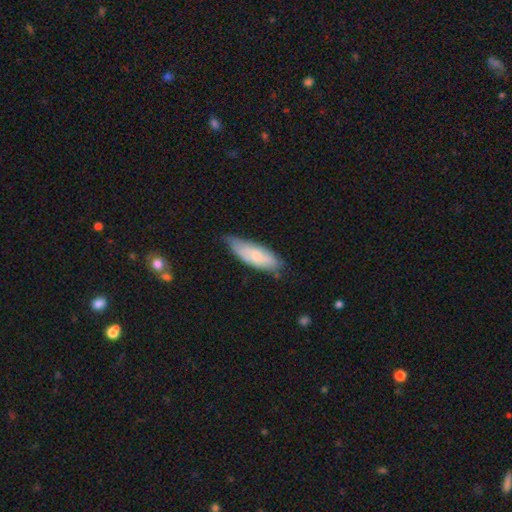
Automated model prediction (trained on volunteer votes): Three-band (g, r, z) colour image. It shows a smooth galaxy with no disk features (60%) that is in between round and cigar-shaped (67%). Merging: none (55%).